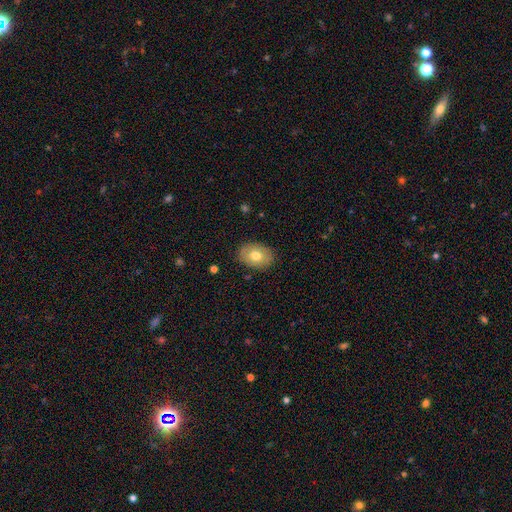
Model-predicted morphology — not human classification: Smooth or featured? Predicted: smooth (p=0.75). How rounded? Predicted: in between (p=0.77). Merging? Predicted: none (p=0.87).